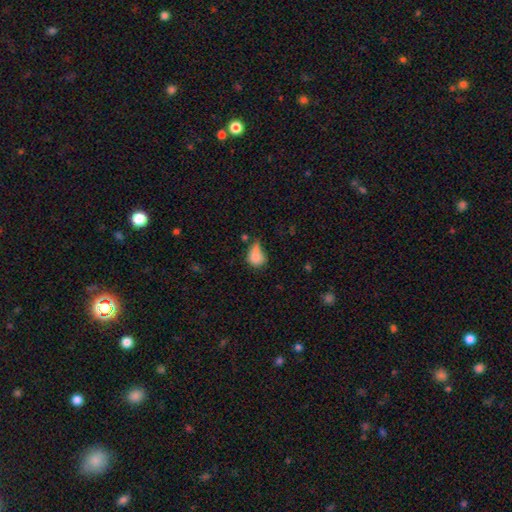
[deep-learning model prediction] Smooth or featured? smooth (79%)
How rounded? in between (62%)
Merging? minor disturbance (36%)